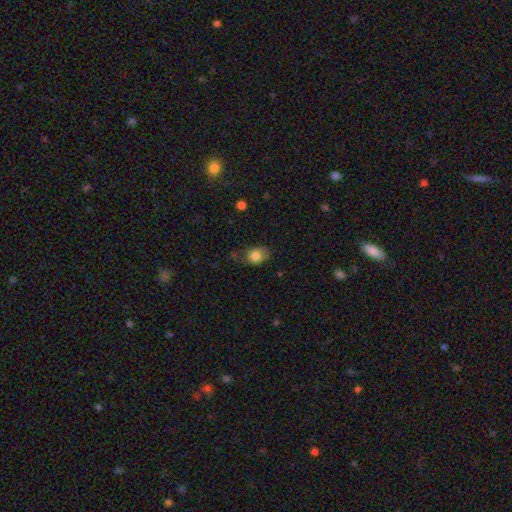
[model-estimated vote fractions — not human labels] smooth-or-featured: smooth: 83% | star or artifact: 9% | featured or disk: 8%
  how-rounded: in between: 64% | round: 35% | cigar-shaped: 1%
  merging: none: 64% | minor disturbance: 27% | major disturbance: 7% | merger: 2%